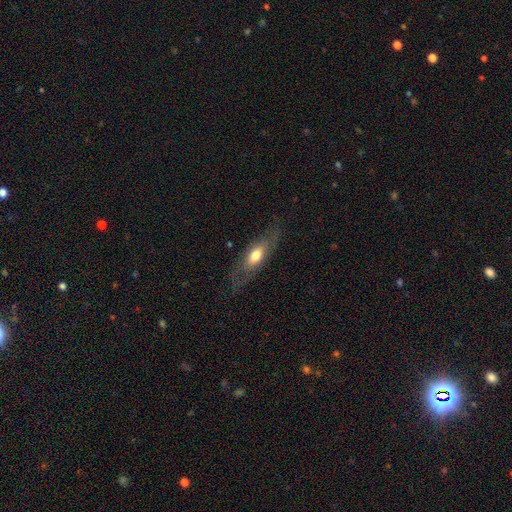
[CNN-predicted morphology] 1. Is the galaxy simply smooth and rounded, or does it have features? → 49% smooth, 45% featured or disk, 6% star or artifact.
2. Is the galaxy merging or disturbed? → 74% none, 17% minor disturbance, 8% major disturbance, 1% merger.